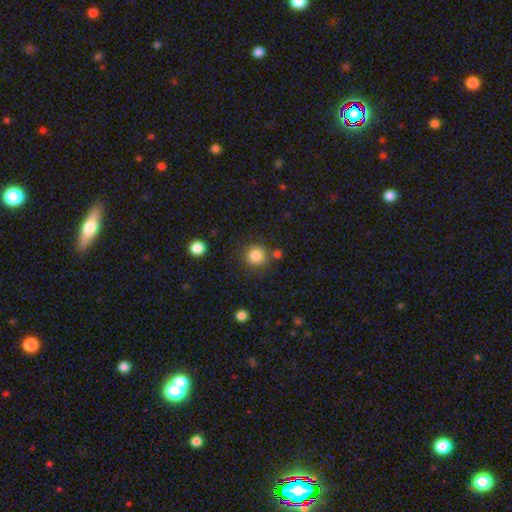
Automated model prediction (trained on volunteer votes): Smooth or featured? Predicted: smooth (p=0.85). How rounded? Predicted: round (p=0.93). Merging? Predicted: none (p=0.81).